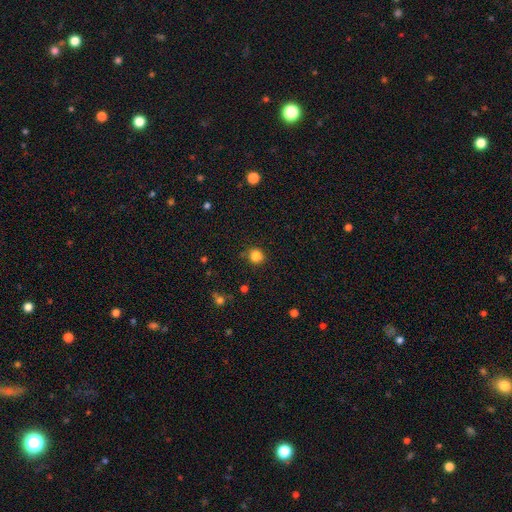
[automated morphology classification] This appears to be a smooth galaxy with no disk features (84%) that is round (83%). Merging: none (80%).